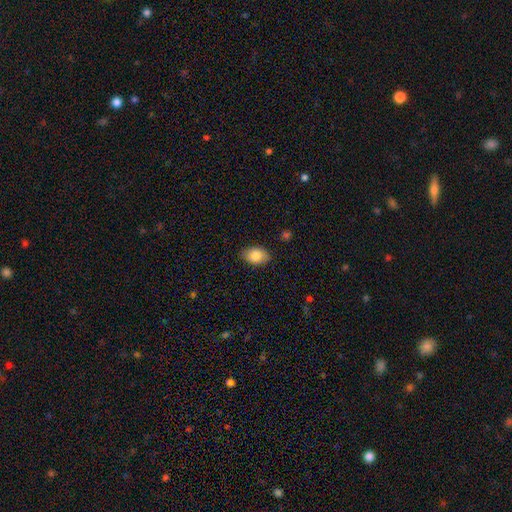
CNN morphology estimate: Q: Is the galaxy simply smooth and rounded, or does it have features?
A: smooth — 84%.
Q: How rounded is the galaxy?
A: in between — 84%.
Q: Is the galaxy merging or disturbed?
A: none — 83%.